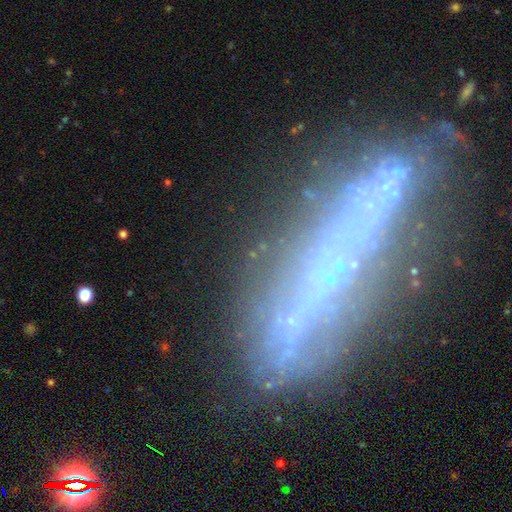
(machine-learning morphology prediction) smooth_or_featured: featured or disk (p=0.54) [alt: star or artifact p=0.24]
disk_edge_on: no (p=0.50) [tied with: yes p=0.50]
merging: none (p=0.62) [alt: minor disturbance p=0.17]